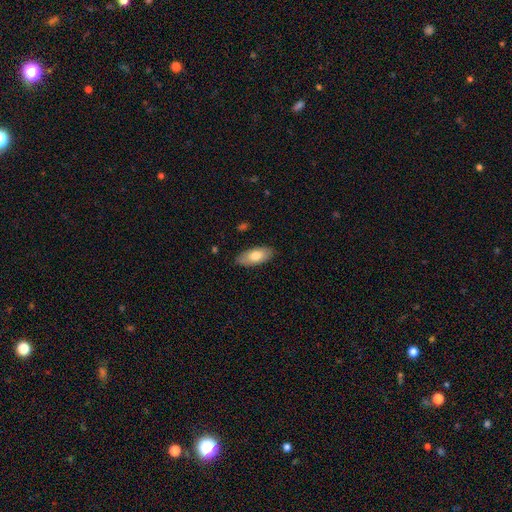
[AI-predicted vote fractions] Smooth or featured: smooth — 75% (featured or disk — 19%)
How rounded: in between — 89% (cigar-shaped — 8%)
Merging: none — 86% (minor disturbance — 11%)